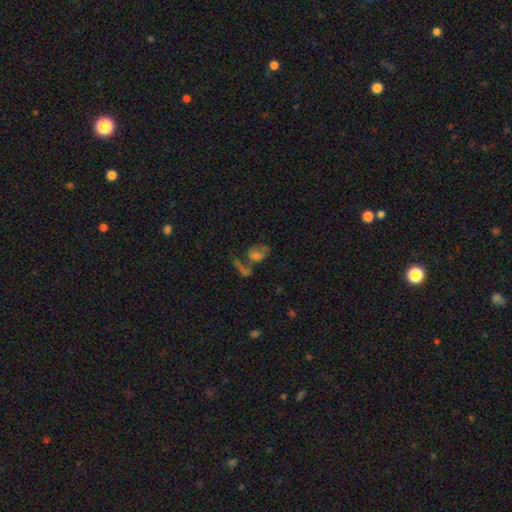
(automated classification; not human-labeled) smooth 42%, featured or disk 32%, star or artifact 26%. Down the decision tree: merging — none (36%).